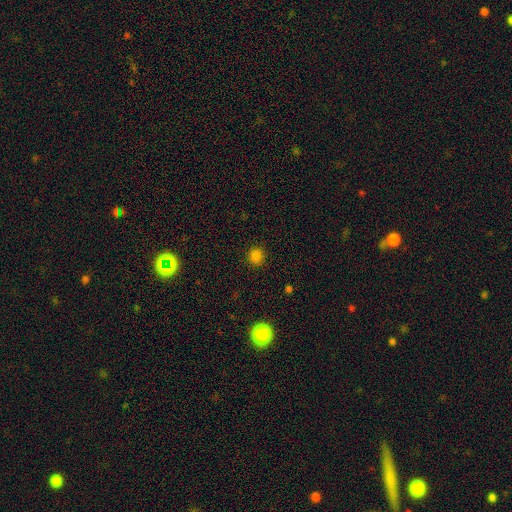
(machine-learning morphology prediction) smooth-or-featured: smooth: 80% | star or artifact: 16% | featured or disk: 3%
  how-rounded: round: 89% | in between: 10% | cigar-shaped: 1%
  merging: none: 90% | minor disturbance: 6% | major disturbance: 2% | merger: 1%